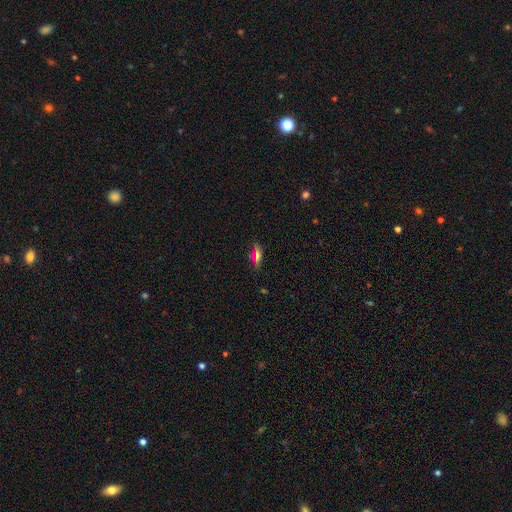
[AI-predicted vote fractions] Smooth or featured?
  - smooth: 46% *
  - featured or disk: 38%
  - star or artifact: 16%
Merging?
  - none: 77% *
  - minor disturbance: 16%
  - major disturbance: 5%
  - merger: 3%